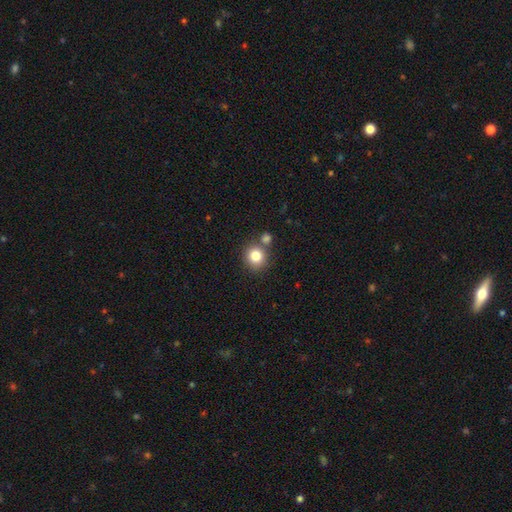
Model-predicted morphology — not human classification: Overall: smooth (82%). How rounded: round (87%). Merging: none (69%).